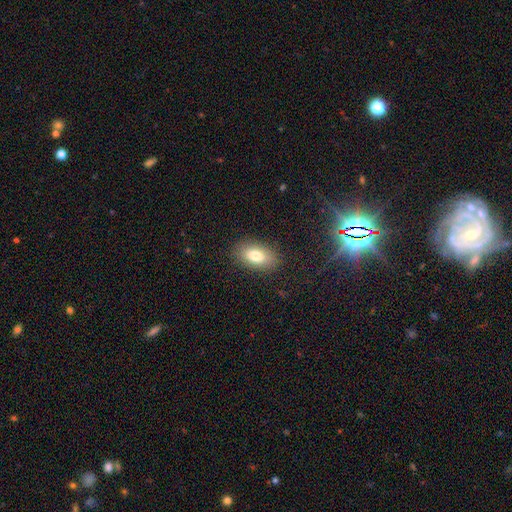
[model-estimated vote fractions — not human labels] Smooth or featured? smooth (80%)
How rounded? in between (92%)
Merging? none (86%)